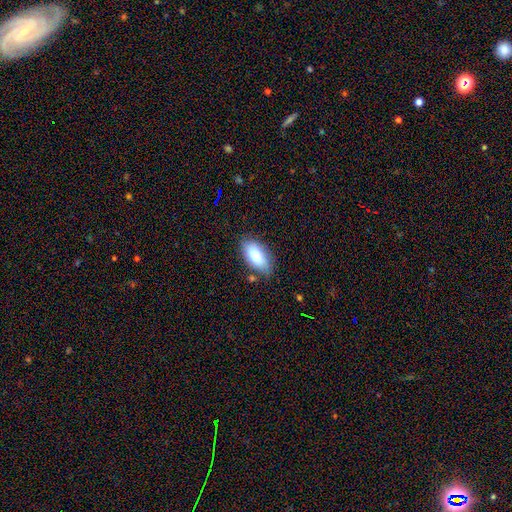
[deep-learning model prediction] A smooth galaxy with no disk features (85%) that is in between round and cigar-shaped (92%).

Vote fractions:
- Smooth or featured? smooth: 85% / featured or disk: 8% / star or artifact: 7%
- How rounded? in between: 92% / cigar-shaped: 5% / round: 3%
- Merging? none: 76% / minor disturbance: 17% / major disturbance: 4% / merger: 3%